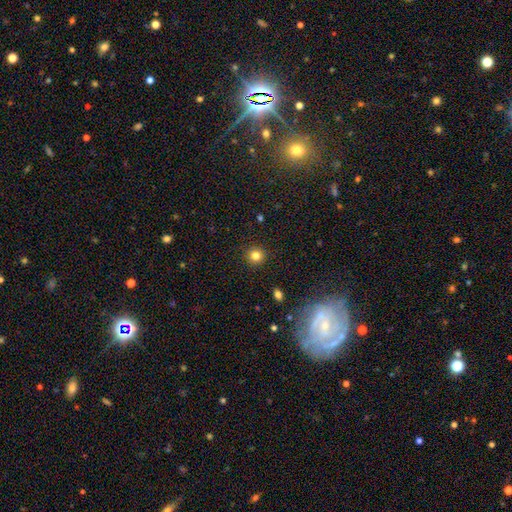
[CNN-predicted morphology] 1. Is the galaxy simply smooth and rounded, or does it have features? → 82% smooth, 12% star or artifact, 5% featured or disk.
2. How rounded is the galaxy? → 94% round, 5% in between, 1% cigar-shaped.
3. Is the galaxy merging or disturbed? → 93% none, 5% minor disturbance, 2% major disturbance, 1% merger.